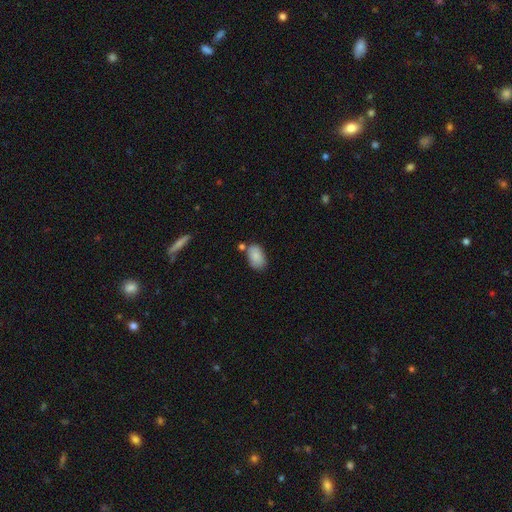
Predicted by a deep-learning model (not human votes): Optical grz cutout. It shows a smooth galaxy with no disk features (86%) that is in between round and cigar-shaped (92%). Merging: none (68%).